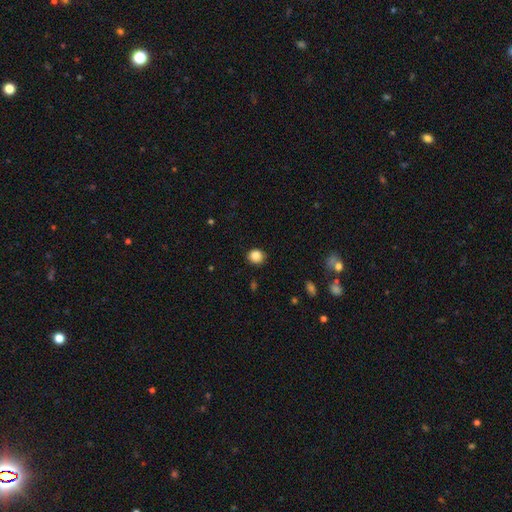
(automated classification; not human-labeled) Smooth or featured?
  - smooth: 87% *
  - star or artifact: 10%
  - featured or disk: 3%
How rounded?
  - round: 87% *
  - in between: 12%
  - cigar-shaped: 1%
Merging?
  - none: 87% *
  - minor disturbance: 9%
  - major disturbance: 2%
  - merger: 1%